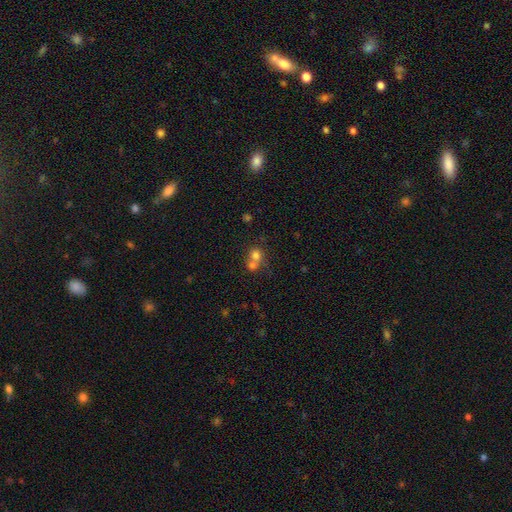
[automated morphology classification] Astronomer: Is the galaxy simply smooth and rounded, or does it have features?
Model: smooth — 73%.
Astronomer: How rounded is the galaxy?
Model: round — 73%.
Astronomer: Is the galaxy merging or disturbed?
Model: merger — 61%.